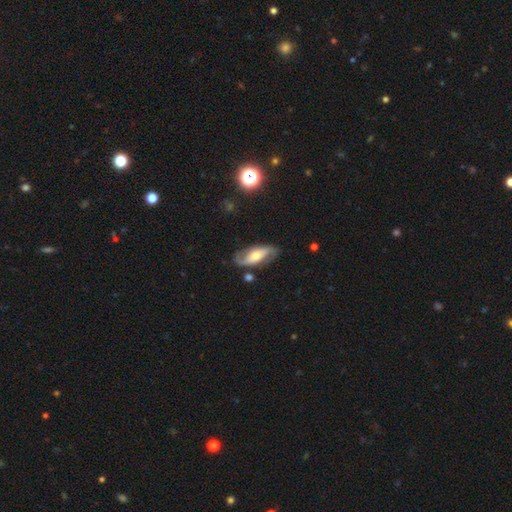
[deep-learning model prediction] smooth-or-featured: featured or disk: 72% | smooth: 22% | star or artifact: 6%
  disk-edge-on: no: 89% | yes: 11%
    bar: no: 42% | weak: 29% | strong: 29%
    has-spiral-arms: yes: 87% | no: 13%
      spiral-winding: loose: 45% | medium: 36% | tight: 18%
      spiral-arm-count: 2: 87% | can't tell: 6% | 1: 4% | 3: 1% | 4: 1% | more than 4: 1%
    bulge-size: moderate: 61% | small: 28% | large: 8% | none: 2% | dominant: 1%
  merging: none: 76% | minor disturbance: 16% | major disturbance: 6% | merger: 3%